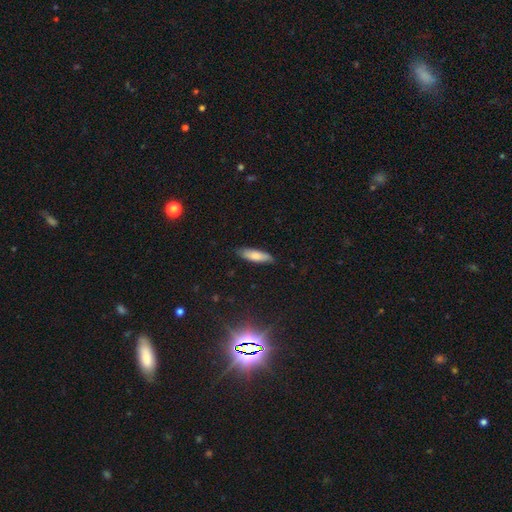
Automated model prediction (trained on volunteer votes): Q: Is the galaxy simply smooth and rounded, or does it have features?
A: smooth — 78%.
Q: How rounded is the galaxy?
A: cigar-shaped — 55%.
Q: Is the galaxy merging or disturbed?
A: none — 82%.